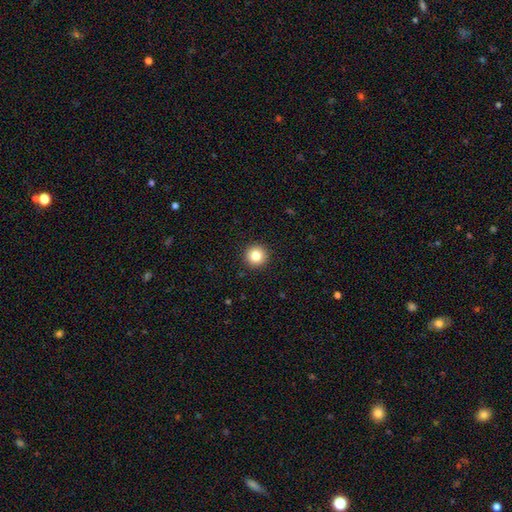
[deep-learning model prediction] Morphology: type=smooth (82%); roundness=round (96%); merging=none (93%).